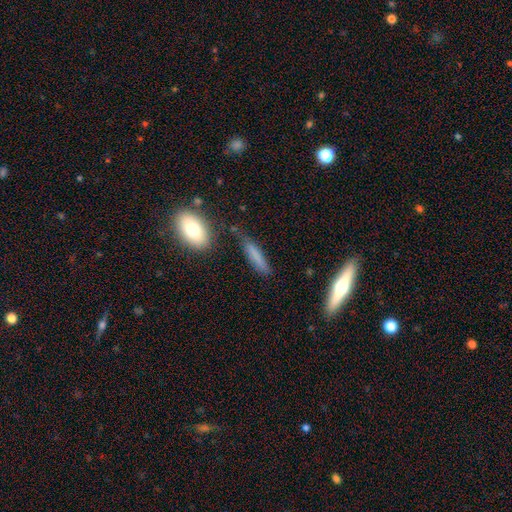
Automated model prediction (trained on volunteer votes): Smooth or featured? Predicted: smooth (p=0.73). How rounded? Predicted: cigar-shaped (p=0.83). Merging? Predicted: none (p=0.72).